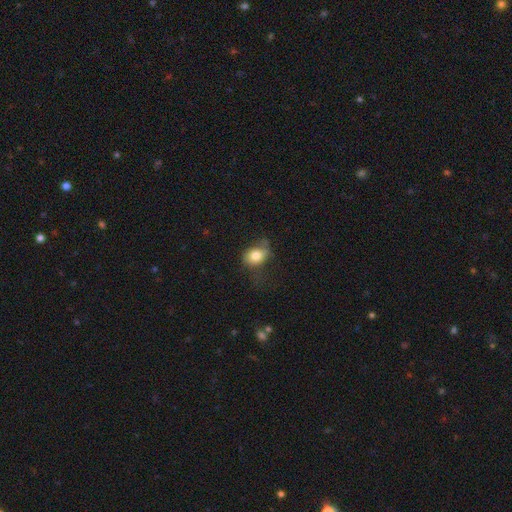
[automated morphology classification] The model was most divided on "merging": none: 41%, minor disturbance: 33%, major disturbance: 22%, merger: 4%. More confident: smooth or featured — smooth (78%); how rounded — in between (59%).